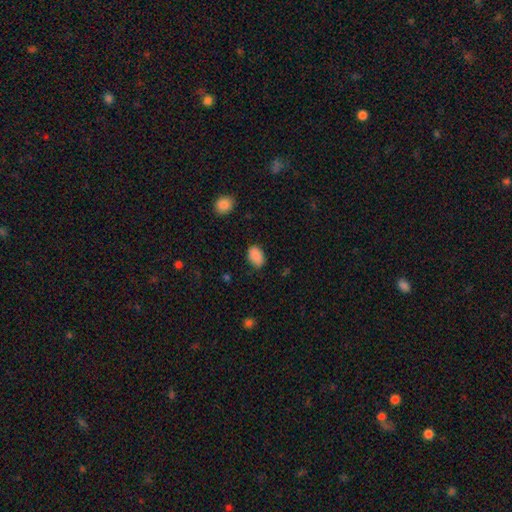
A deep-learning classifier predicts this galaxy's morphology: Smooth or featured: smooth — 88% (star or artifact — 8%)
How rounded: in between — 85% (round — 13%)
Merging: none — 79% (minor disturbance — 16%)